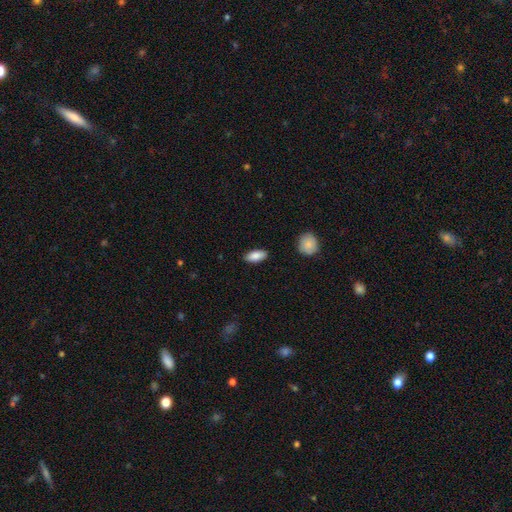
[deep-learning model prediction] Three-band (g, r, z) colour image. It shows a smooth galaxy with no disk features (85%) that is in between round and cigar-shaped (88%). Merging: none (88%).